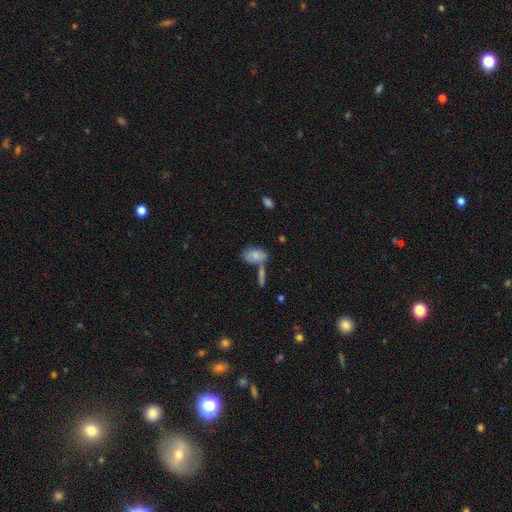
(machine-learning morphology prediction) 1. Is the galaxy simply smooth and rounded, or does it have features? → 73% smooth, 20% featured or disk, 8% star or artifact.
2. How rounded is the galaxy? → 89% in between, 6% round, 5% cigar-shaped.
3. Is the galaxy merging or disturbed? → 46% none, 30% merger, 18% minor disturbance, 7% major disturbance.